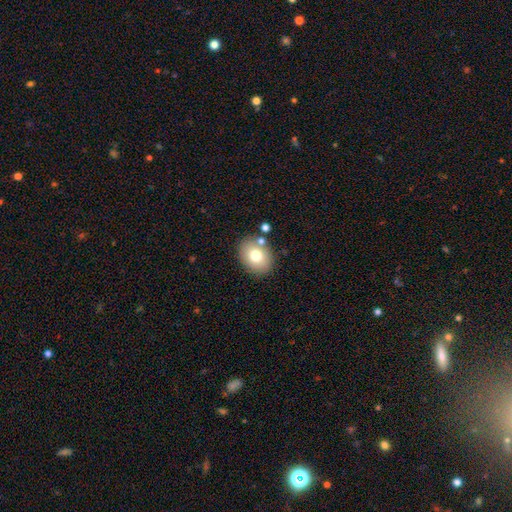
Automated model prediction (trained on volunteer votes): Smooth or featured? smooth (75%)
How rounded? in between (53%)
Merging? none (80%)